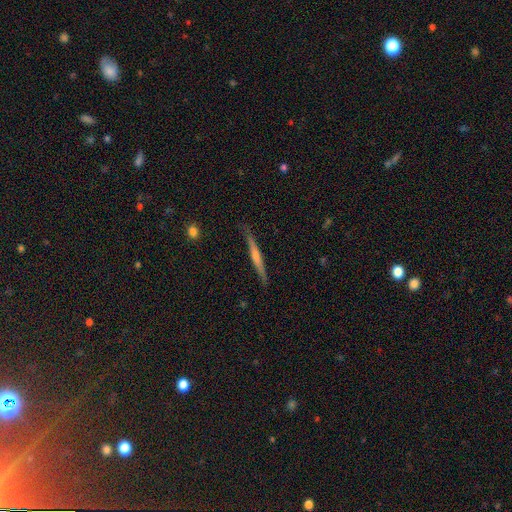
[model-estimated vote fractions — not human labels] smooth-or-featured: featured or disk: 62% | smooth: 31% | star or artifact: 6%
  disk-edge-on: yes: 97% | no: 3%
    edge-on-bulge: rounded: 51% | none: 39% | boxy: 10%
  merging: none: 87% | minor disturbance: 10% | major disturbance: 2% | merger: 1%